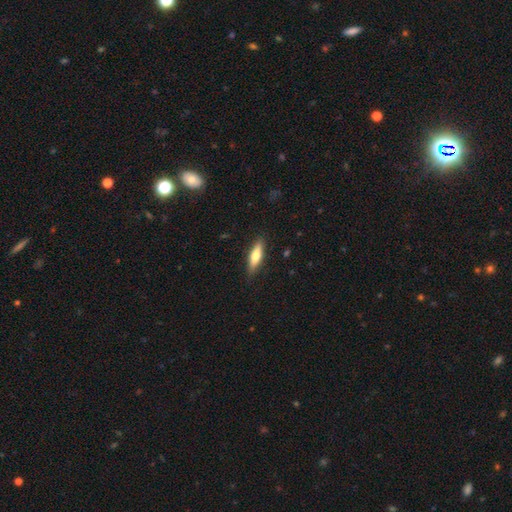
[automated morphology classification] A smooth galaxy with no disk features (64%) that is cigar-shaped (58%).

Vote fractions:
- Smooth or featured? smooth: 64% / featured or disk: 30% / star or artifact: 6%
- How rounded? cigar-shaped: 58% / in between: 40% / round: 2%
- Merging? none: 86% / minor disturbance: 10% / major disturbance: 2% / merger: 1%